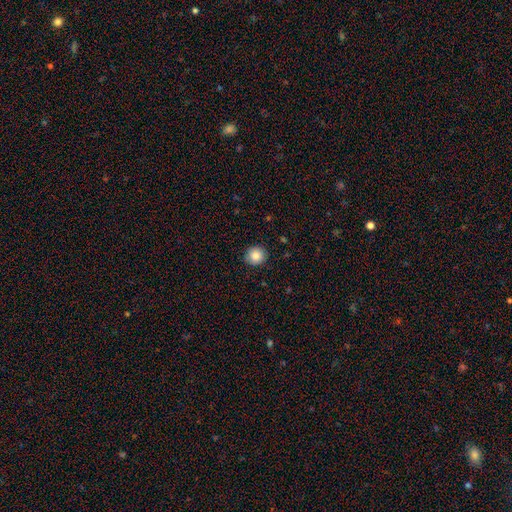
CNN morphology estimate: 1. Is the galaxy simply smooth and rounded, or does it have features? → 86% smooth, 9% star or artifact, 5% featured or disk.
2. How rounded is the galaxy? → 91% round, 8% in between, 1% cigar-shaped.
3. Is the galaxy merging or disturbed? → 90% none, 8% minor disturbance, 2% major disturbance, 1% merger.